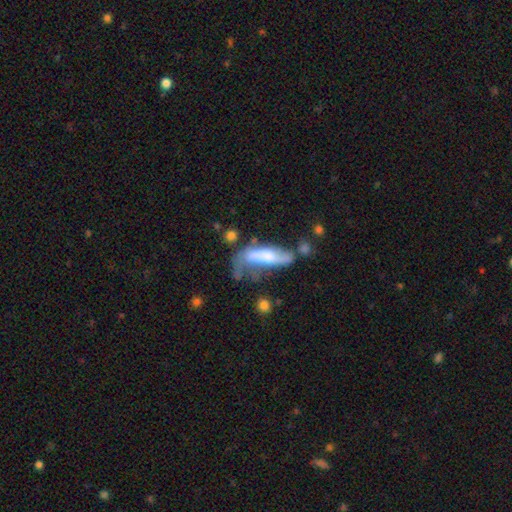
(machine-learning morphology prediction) The model was most divided on "how rounded": in between: 49%, cigar-shaped: 48%, round: 3%. Remaining: smooth or featured — smooth (53%); merging — major disturbance (38%).